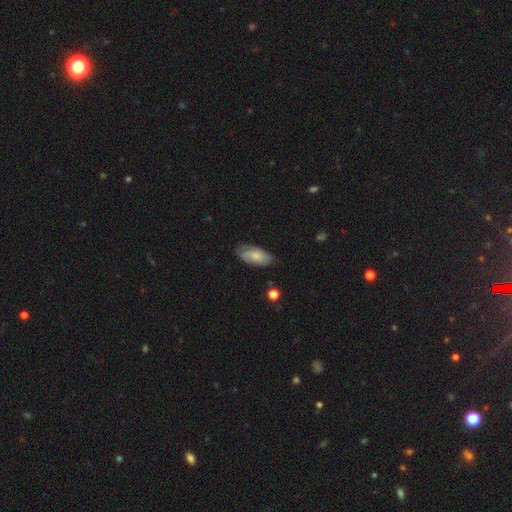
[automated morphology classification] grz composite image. It shows a smooth galaxy with no disk features (61%) that is in between round and cigar-shaped (89%). Merging: none (69%).